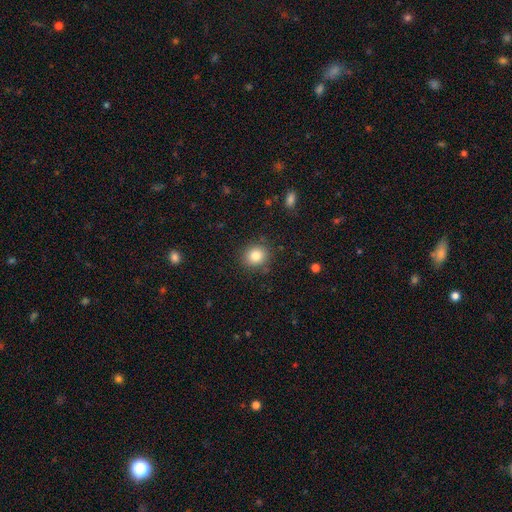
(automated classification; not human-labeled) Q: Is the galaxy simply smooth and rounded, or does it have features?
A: smooth — 82%.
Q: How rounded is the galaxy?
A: round — 80%.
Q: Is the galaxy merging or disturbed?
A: none — 86%.